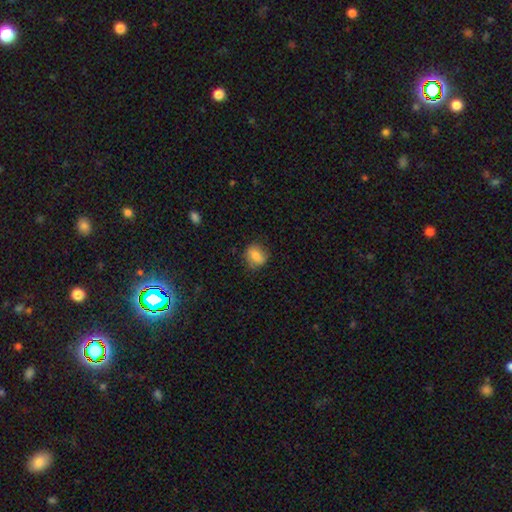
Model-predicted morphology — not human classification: smooth 74%, featured or disk 18%, star or artifact 9%. Down the decision tree: how rounded — round (62%); merging — none (78%).